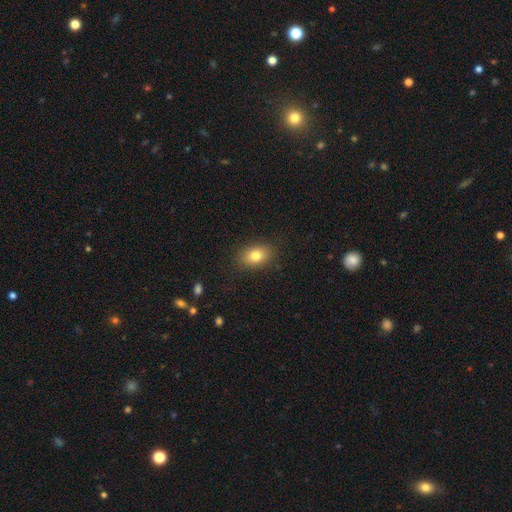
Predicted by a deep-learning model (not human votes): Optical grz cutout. It shows a smooth galaxy with no disk features (80%) that is in between round and cigar-shaped (81%). Merging: none (85%).